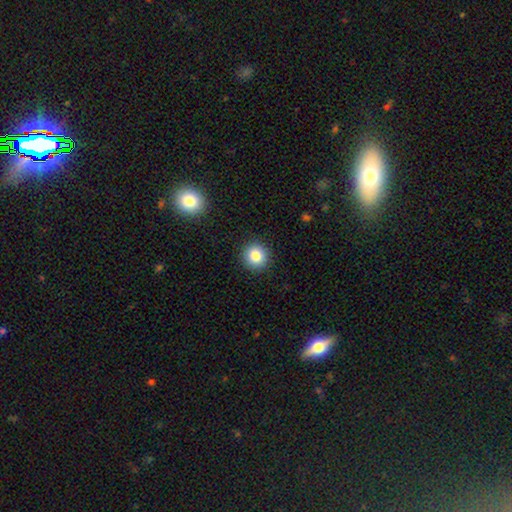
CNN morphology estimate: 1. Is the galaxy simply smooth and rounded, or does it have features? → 83% smooth, 10% star or artifact, 6% featured or disk.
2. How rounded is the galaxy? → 93% round, 6% in between, 1% cigar-shaped.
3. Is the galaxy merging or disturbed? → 91% none, 6% minor disturbance, 2% major disturbance, 1% merger.